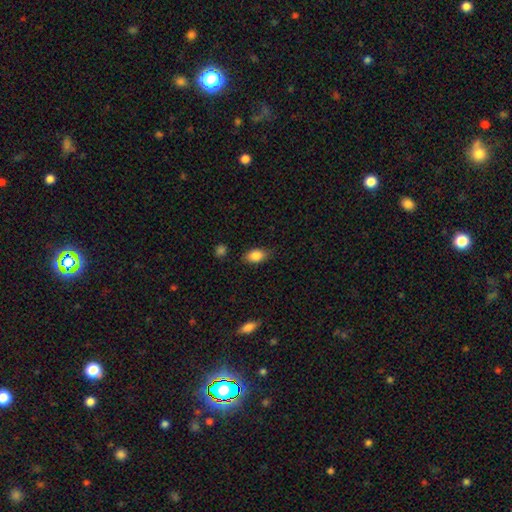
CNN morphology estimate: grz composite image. It shows a smooth galaxy with no disk features (86%) that is in between round and cigar-shaped (88%). Merging: none (81%).